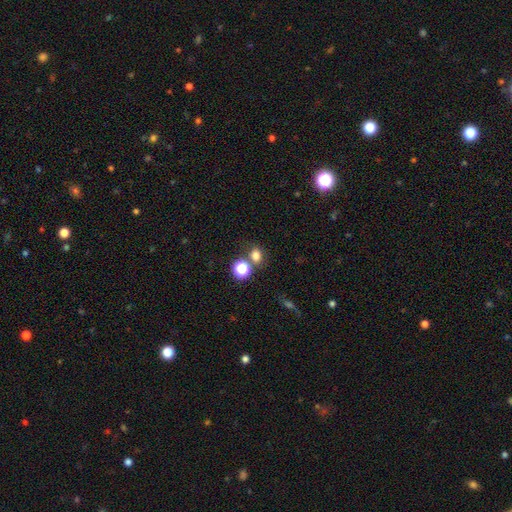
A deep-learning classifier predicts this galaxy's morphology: The model was most divided on "how rounded": round: 62%, in between: 37%, cigar-shaped: 1%. More confident: smooth or featured — smooth (73%); merging — none (66%).